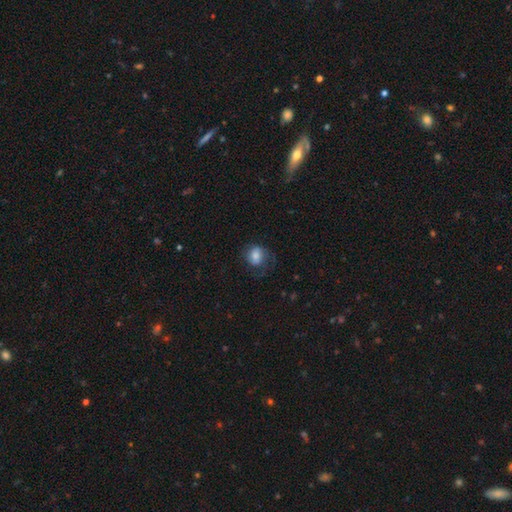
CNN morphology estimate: This appears to be a smooth galaxy with no disk features (66%) that is round (61%). Merging: none (53%).